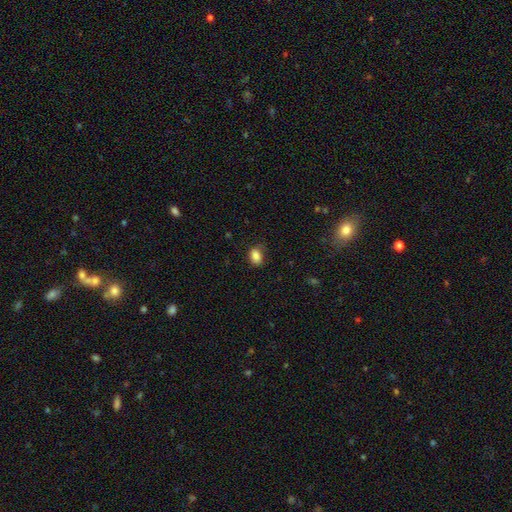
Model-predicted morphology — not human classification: The model was most divided on "how rounded": in between: 72%, round: 26%, cigar-shaped: 1%. More confident: smooth or featured — smooth (85%); merging — none (75%).